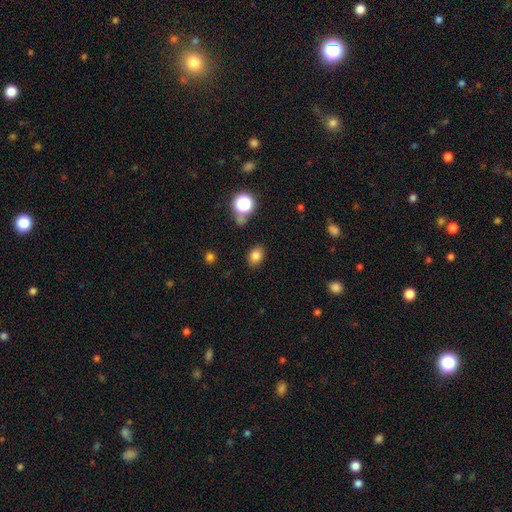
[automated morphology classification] Smooth or featured? smooth (80%)
How rounded? in between (67%)
Merging? none (83%)